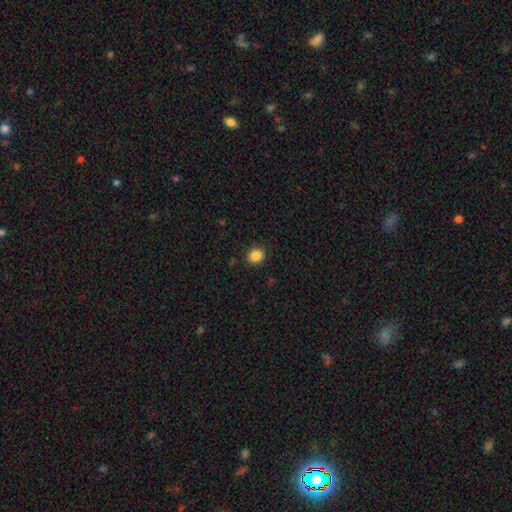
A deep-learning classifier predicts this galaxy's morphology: Q: Smooth or featured?
A: smooth (87%); runner-up: star or artifact (10%)
Q: How rounded?
A: round (71%); runner-up: in between (28%)
Q: Merging?
A: none (89%); runner-up: minor disturbance (7%)